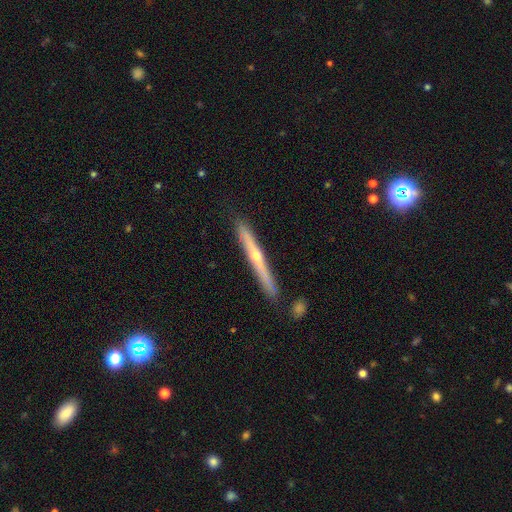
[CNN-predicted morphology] Q: Smooth or featured?
A: featured or disk (70%); runner-up: smooth (24%)
Q: Edge-on disk?
A: yes (97%); runner-up: no (3%)
Q: Edge-on bulge?
A: rounded (79%); runner-up: none (19%)
Q: Merging?
A: none (87%); runner-up: minor disturbance (9%)